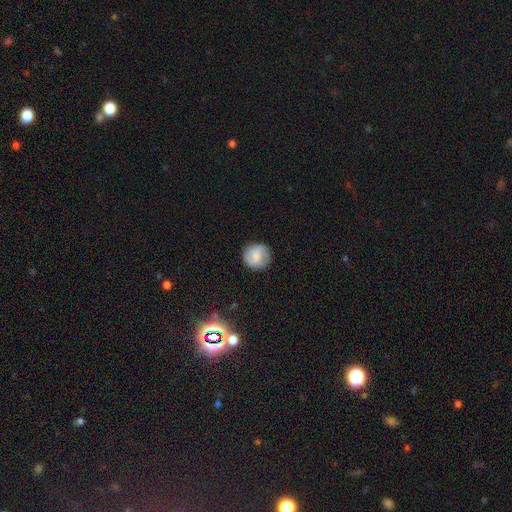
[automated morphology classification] smooth_or_featured: smooth (p=0.68) [alt: featured or disk p=0.23]
how_rounded: round (p=0.92) [alt: in between p=0.07]
merging: none (p=0.83) [alt: minor disturbance p=0.12]